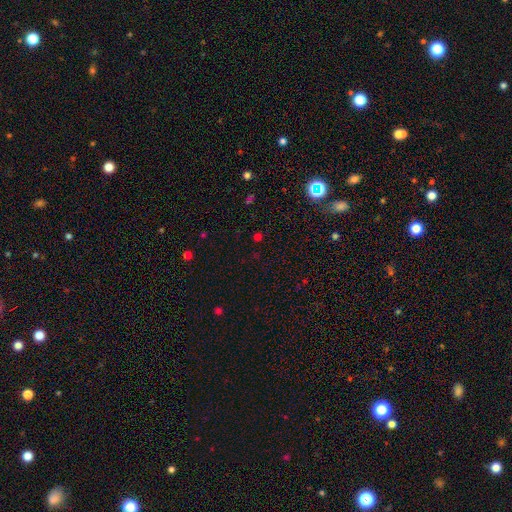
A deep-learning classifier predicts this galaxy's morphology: Smooth or featured: star or artifact — 58% (smooth — 36%)